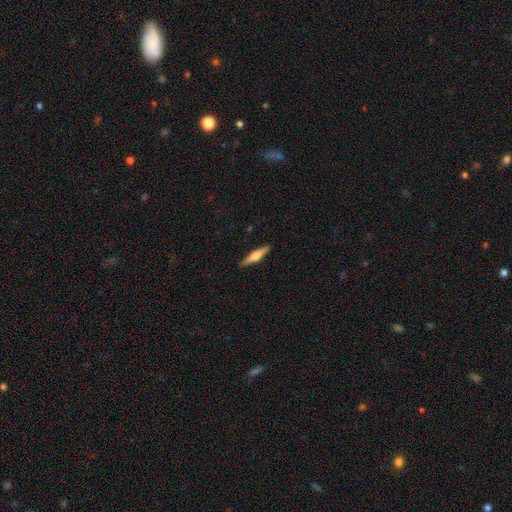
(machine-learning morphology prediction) smooth_or_featured: featured or disk (p=0.57) [alt: smooth p=0.37]
disk_edge_on: yes (p=0.97) [alt: no p=0.03]
edge_on_bulge: rounded (p=0.86) [alt: boxy p=0.10]
merging: none (p=0.90) [alt: minor disturbance p=0.07]